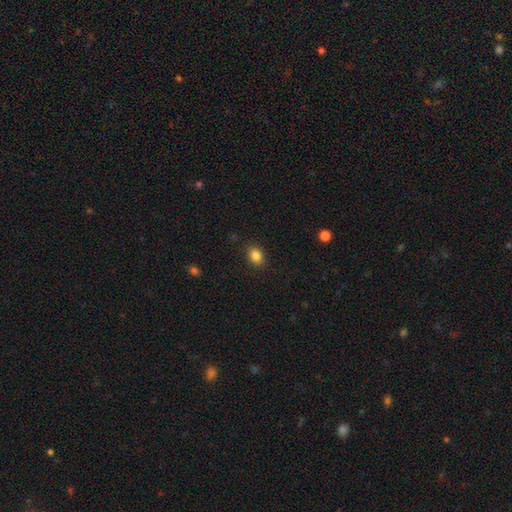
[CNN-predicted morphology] Smooth or featured: smooth — 85% (star or artifact — 10%)
How rounded: in between — 63% (round — 36%)
Merging: none — 88% (minor disturbance — 9%)